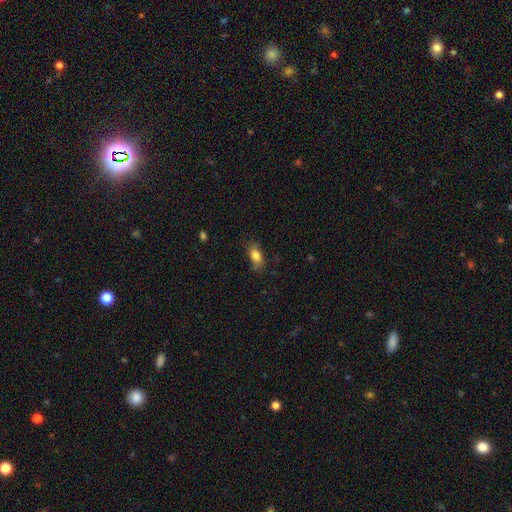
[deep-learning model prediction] A smooth galaxy with no disk features (81%) that is in between round and cigar-shaped (82%). Merging: none (74%).